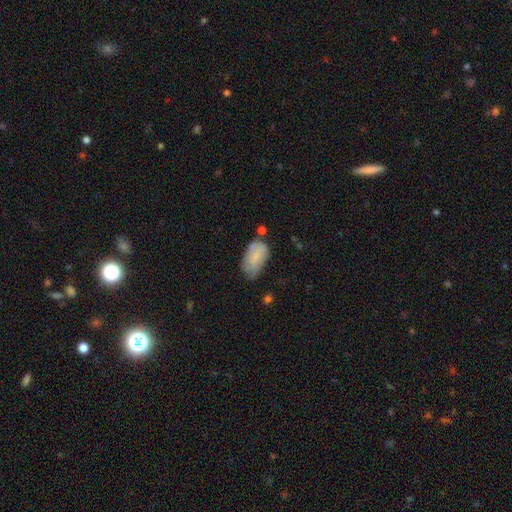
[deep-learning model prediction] This is likely a smooth galaxy (73%). How rounded: clearly in between (94%). Merging: marginally none (44%).